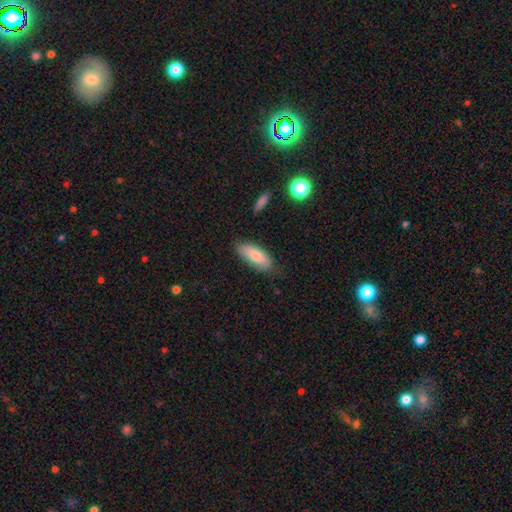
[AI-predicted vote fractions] Morphology: type=smooth (81%); roundness=in between (80%); merging=none (74%).